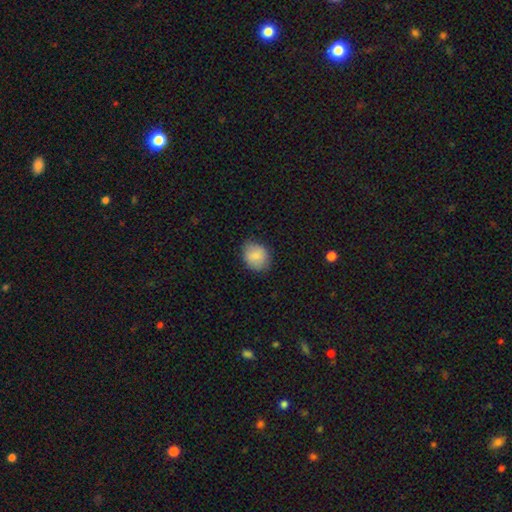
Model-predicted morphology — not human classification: A smooth galaxy with no disk features (85%) that is round (58%). Merging: none (74%).